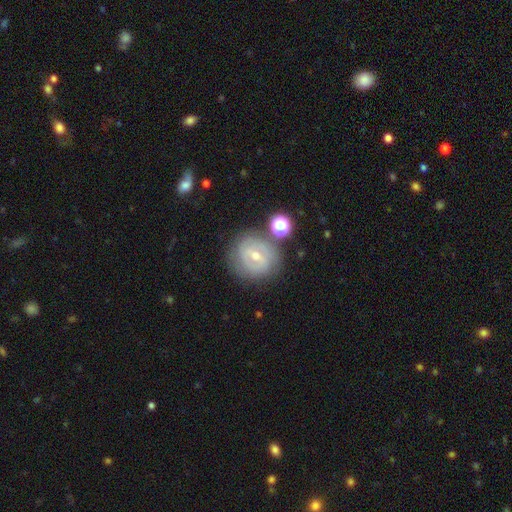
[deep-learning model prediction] Smooth or featured? featured or disk (65%)
Edge-on disk? no (96%)
Bar? weak (51%)
Spiral arms? yes (70%)
Bulge size? small (49%)
Merging? none (73%)